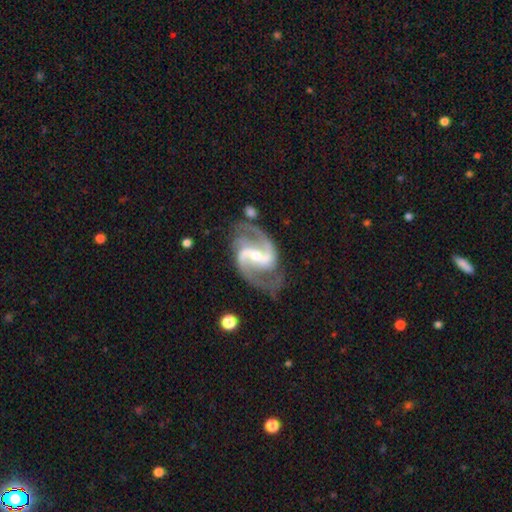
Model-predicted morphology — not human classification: A featured or disk galaxy (93%) with a strong bar (48%), 2 (92%) medium (62%) spiral arms (98%) and a small central bulge (51%).

Vote fractions:
- Smooth or featured? featured or disk: 93% / star or artifact: 5% / smooth: 2%
- Edge-on disk? no: 98% / yes: 2%
- Bar? strong: 48% / weak: 38% / no: 14%
- Spiral arms? yes: 98% / no: 2%
- Spiral winding? medium: 62% / loose: 24% / tight: 14%
- Spiral arm count? 2: 92% / 3: 3% / can't tell: 2% / 1: 1% / 4: 1% / more than 4: 1%
- Bulge size? small: 51% / moderate: 45% / large: 2% / none: 2% / dominant: 1%
- Merging? none: 73% / minor disturbance: 16% / major disturbance: 7% / merger: 3%